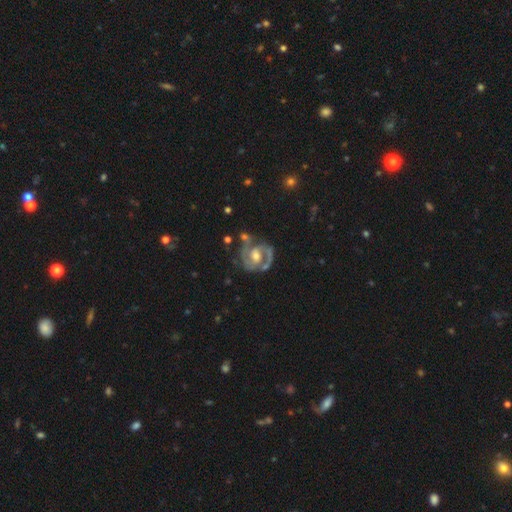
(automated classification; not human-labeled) Smooth or featured? Predicted: featured or disk (p=0.87). Edge-on disk? Predicted: no (p=0.98). Bar? Predicted: no (p=0.48). Spiral arms? Predicted: yes (p=0.93). Spiral winding? Predicted: tight (p=0.45). Spiral arm count? Predicted: 2 (p=0.77). Bulge size? Predicted: moderate (p=0.65). Merging? Predicted: none (p=0.59).